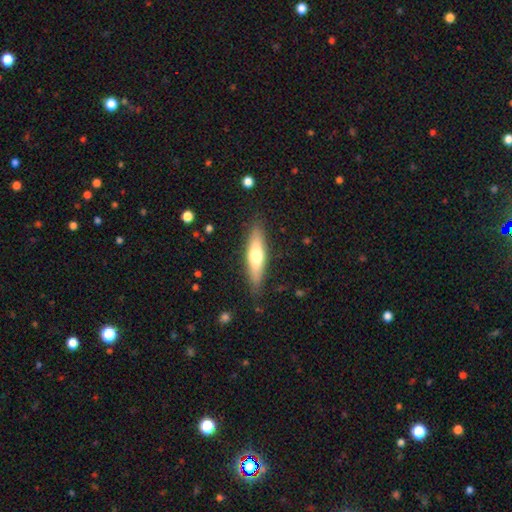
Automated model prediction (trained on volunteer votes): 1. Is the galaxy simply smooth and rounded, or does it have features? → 58% smooth, 36% featured or disk, 6% star or artifact.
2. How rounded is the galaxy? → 71% cigar-shaped, 28% in between, 2% round.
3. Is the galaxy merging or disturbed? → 86% none, 10% minor disturbance, 2% major disturbance, 1% merger.